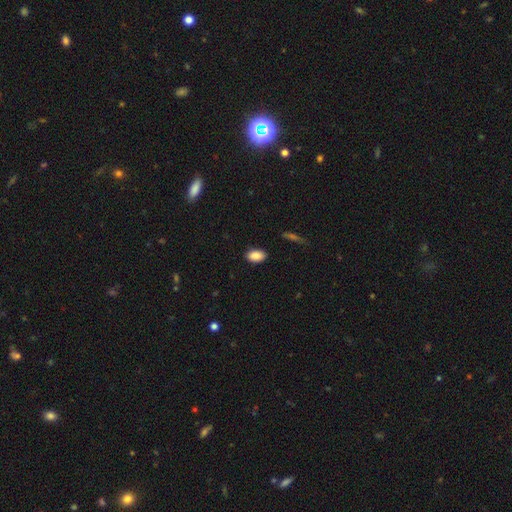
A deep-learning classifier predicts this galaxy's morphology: A smooth galaxy with no disk features (88%) that is in between round and cigar-shaped (92%).

Vote fractions:
- Smooth or featured? smooth: 88% / star or artifact: 8% / featured or disk: 4%
- How rounded? in between: 92% / round: 6% / cigar-shaped: 2%
- Merging? none: 88% / minor disturbance: 9% / major disturbance: 2% / merger: 1%